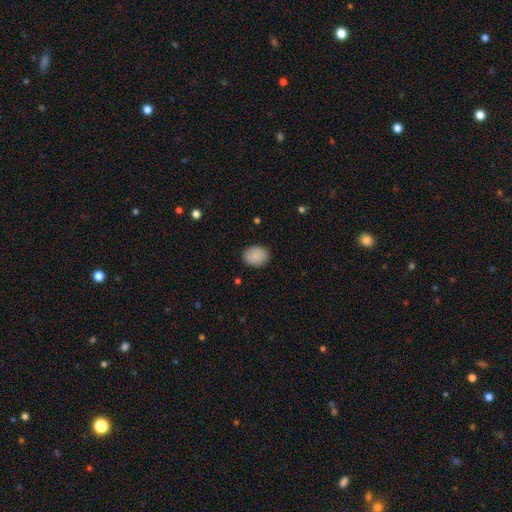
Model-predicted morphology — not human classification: This is clearly a smooth galaxy (89%). How rounded: possibly in between (53%). Merging: clearly none (86%).